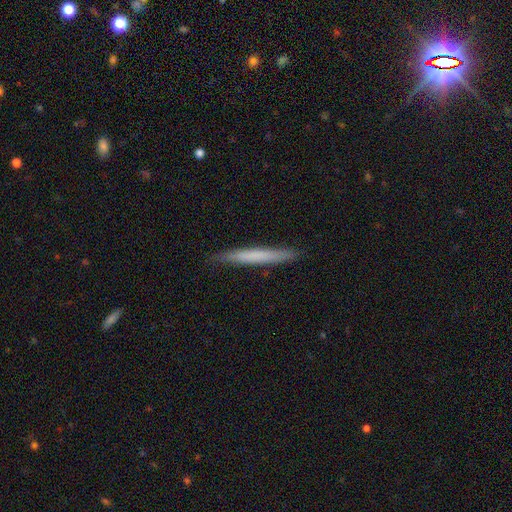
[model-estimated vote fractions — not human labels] smooth 62%, featured or disk 32%, star or artifact 5%. Down the decision tree: how rounded — cigar-shaped (97%); merging — none (88%).